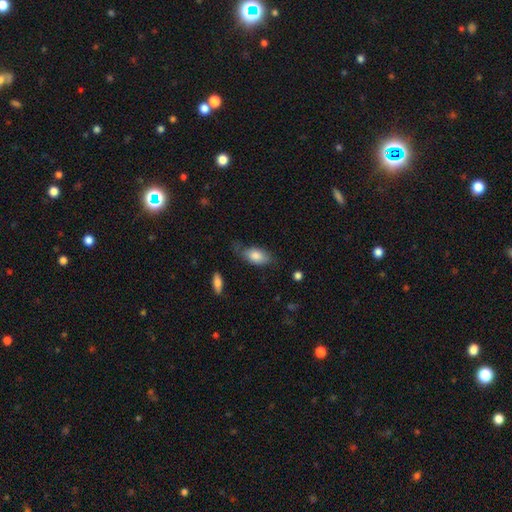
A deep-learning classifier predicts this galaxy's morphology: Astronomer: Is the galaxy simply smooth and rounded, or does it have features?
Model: smooth — 80%.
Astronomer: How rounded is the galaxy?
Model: in between — 91%.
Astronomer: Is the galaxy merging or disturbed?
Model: none — 56%.